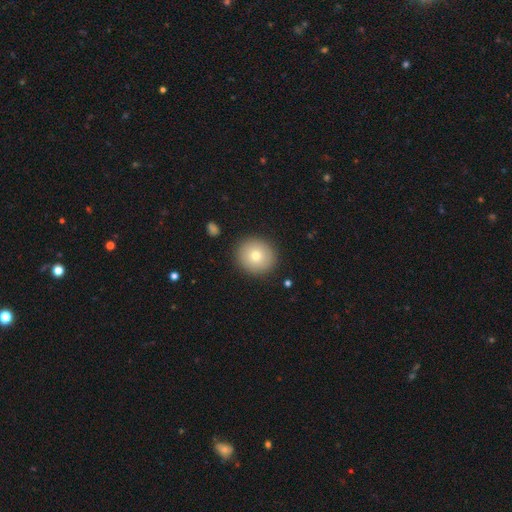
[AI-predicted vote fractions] A smooth galaxy with no disk features (75%) that is round (90%). Merging: none (90%).